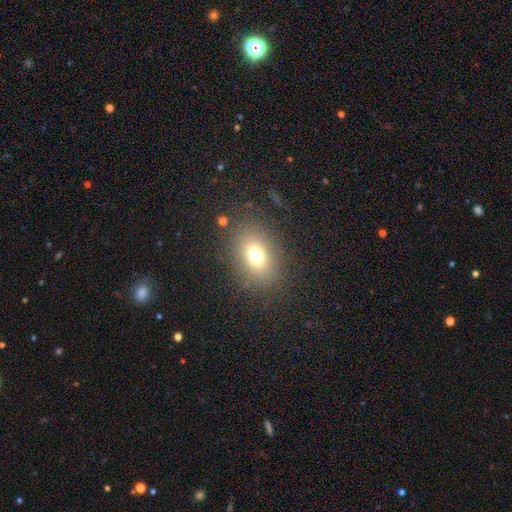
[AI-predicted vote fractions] A smooth galaxy with no disk features (71%) that is in between round and cigar-shaped (72%). Merging: none (82%).